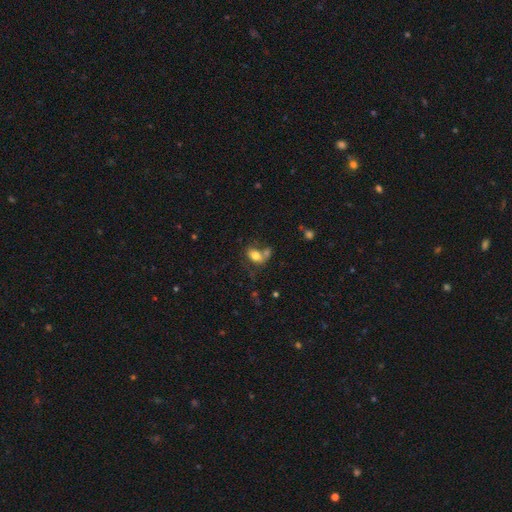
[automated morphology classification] This appears to be a smooth galaxy with no disk features (73%) that is in between round and cigar-shaped (83%). Merging: merger (37%).